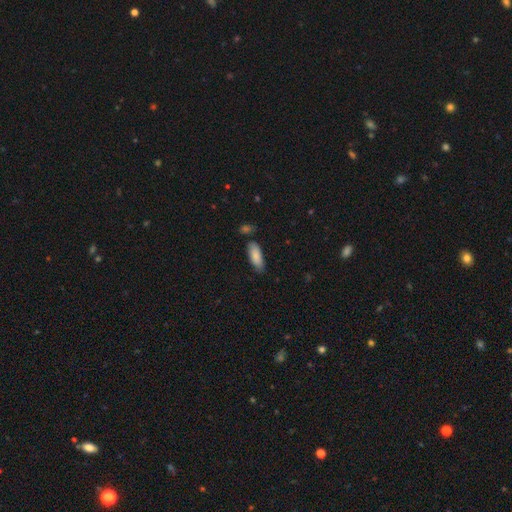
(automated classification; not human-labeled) This is clearly a smooth galaxy (86%). How rounded: likely in between (75%). Merging: likely none (74%).